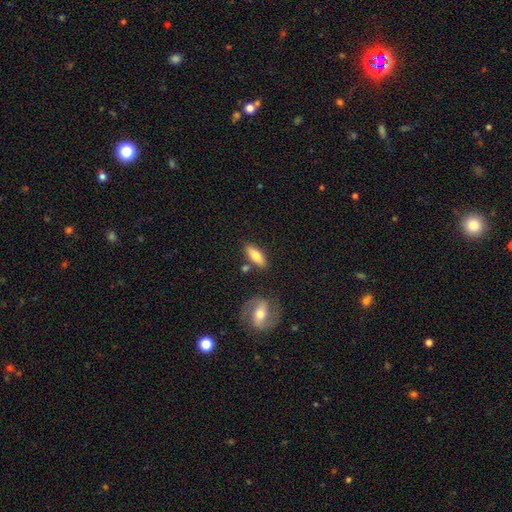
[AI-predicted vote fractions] A smooth galaxy with no disk features (66%) that is in between round and cigar-shaped (61%).

Vote fractions:
- Smooth or featured? smooth: 66% / featured or disk: 28% / star or artifact: 6%
- How rounded? in between: 61% / cigar-shaped: 35% / round: 3%
- Merging? none: 79% / minor disturbance: 11% / merger: 7% / major disturbance: 3%